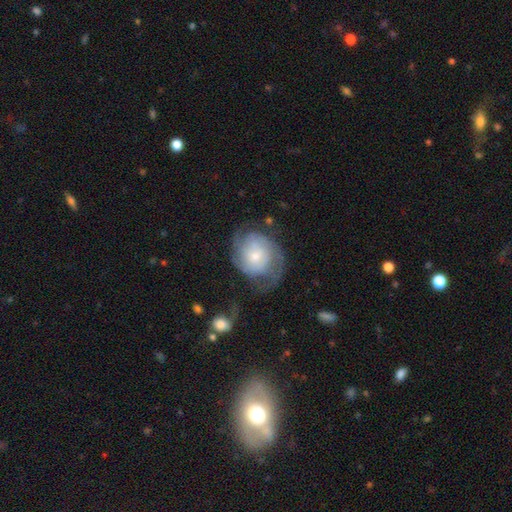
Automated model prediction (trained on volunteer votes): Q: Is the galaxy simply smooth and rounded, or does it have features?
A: featured or disk — 72%.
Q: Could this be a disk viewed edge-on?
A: no — 97%.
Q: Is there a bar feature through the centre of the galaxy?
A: no — 72%.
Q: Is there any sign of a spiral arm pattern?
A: yes — 90%.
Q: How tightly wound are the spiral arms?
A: tight — 50%.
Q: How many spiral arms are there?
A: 2 — 44%.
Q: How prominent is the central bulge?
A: small — 60%.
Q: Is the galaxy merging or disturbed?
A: none — 53%.